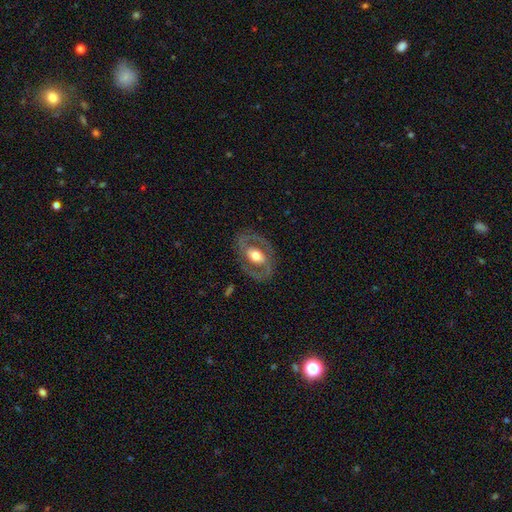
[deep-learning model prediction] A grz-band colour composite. It shows a featured or disk galaxy (70%) with no bar (53%), spiral arms (55%) and a moderate central bulge (59%). Merging: none (78%).